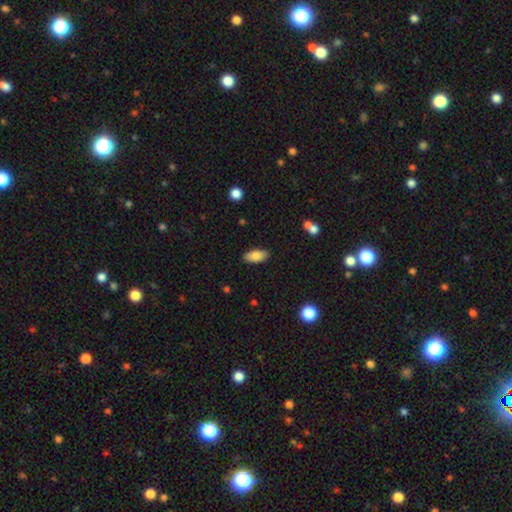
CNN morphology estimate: Smooth or featured? Predicted: smooth (p=0.80). How rounded? Predicted: in between (p=0.89). Merging? Predicted: none (p=0.87).